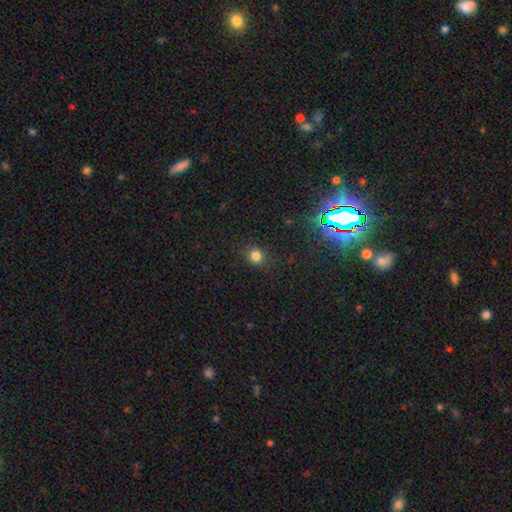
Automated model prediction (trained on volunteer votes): A smooth galaxy with no disk features (77%) that is round (76%). Merging: none (86%).